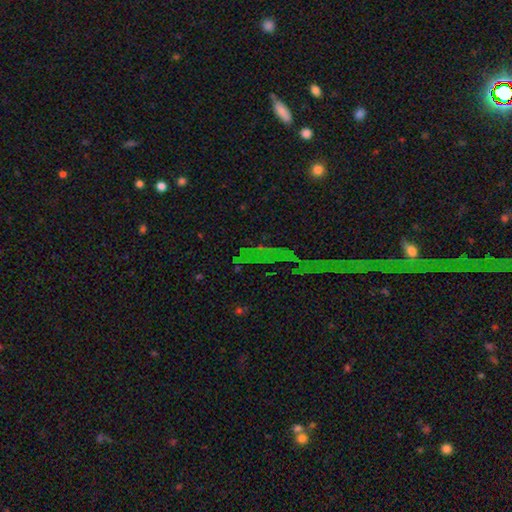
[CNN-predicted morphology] Smooth or featured? star or artifact (74%)